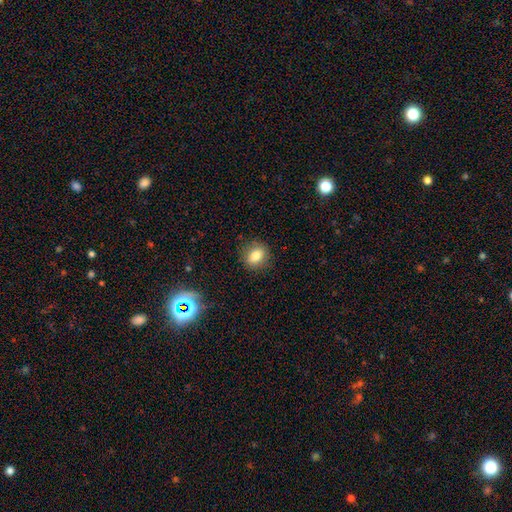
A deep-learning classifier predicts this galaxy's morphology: A smooth galaxy with no disk features (79%) that is round (64%). Merging: none (87%).